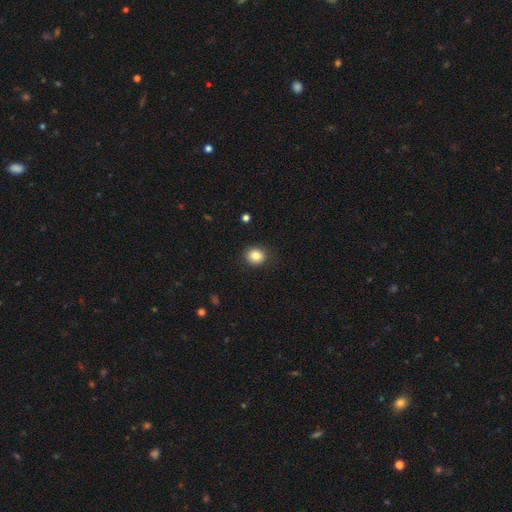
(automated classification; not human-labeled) Q: Smooth or featured?
A: smooth (84%); runner-up: star or artifact (10%)
Q: How rounded?
A: round (83%); runner-up: in between (16%)
Q: Merging?
A: none (89%); runner-up: minor disturbance (8%)